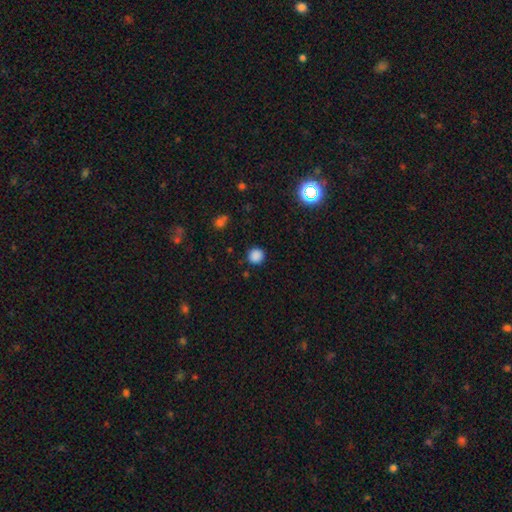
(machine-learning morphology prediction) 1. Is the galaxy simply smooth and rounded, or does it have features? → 85% smooth, 12% star or artifact, 3% featured or disk.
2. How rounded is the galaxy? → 93% round, 6% in between, 1% cigar-shaped.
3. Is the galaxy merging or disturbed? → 89% none, 7% minor disturbance, 2% major disturbance, 2% merger.